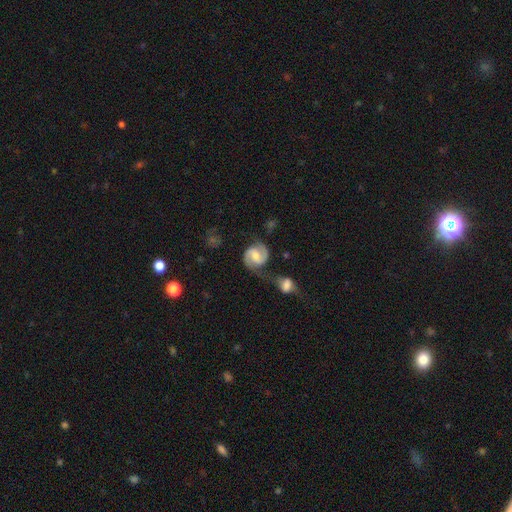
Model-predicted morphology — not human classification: Smooth or featured? featured or disk (78%)
Edge-on disk? no (98%)
Bar? weak (51%)
Spiral arms? yes (95%)
Spiral winding? medium (52%)
Spiral arm count? 2 (90%)
Bulge size? moderate (56%)
Merging? none (55%)